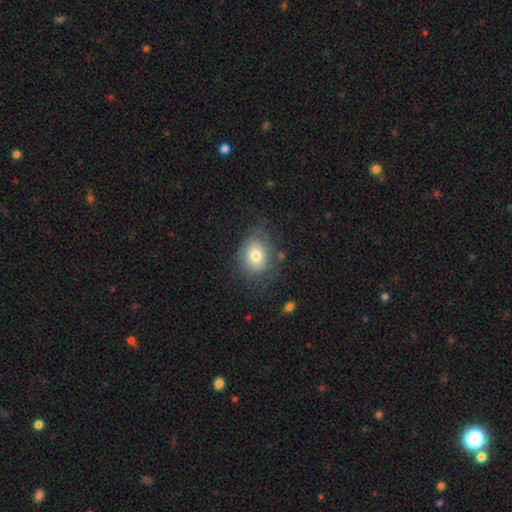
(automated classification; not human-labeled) smooth 73%, featured or disk 17%, star or artifact 10%. Down the decision tree: how rounded — in between (51%); merging — none (65%).